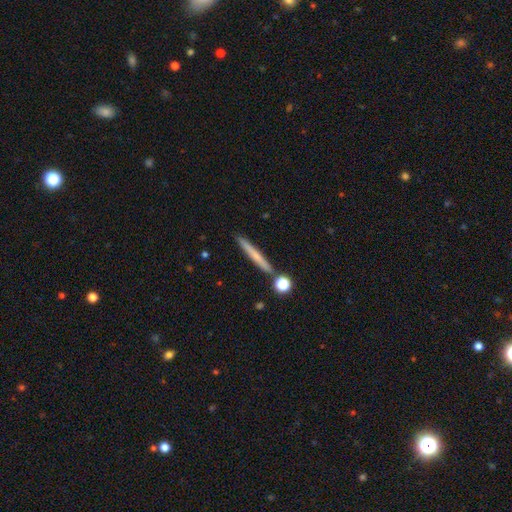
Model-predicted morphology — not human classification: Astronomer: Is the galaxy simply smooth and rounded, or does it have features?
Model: smooth — 59% (runner-up: featured or disk, 34%).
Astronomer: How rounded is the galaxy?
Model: cigar-shaped — 95%.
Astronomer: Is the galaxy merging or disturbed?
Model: none — 85%.